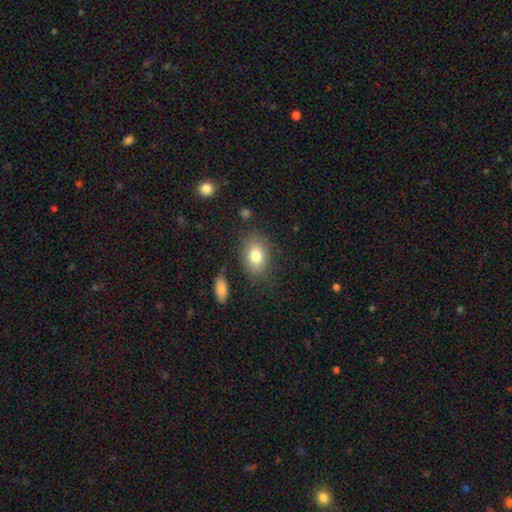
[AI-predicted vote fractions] Smooth or featured?
  - smooth: 80% *
  - featured or disk: 11%
  - star or artifact: 9%
How rounded?
  - in between: 74% *
  - round: 24%
  - cigar-shaped: 1%
Merging?
  - none: 81% *
  - minor disturbance: 13%
  - major disturbance: 4%
  - merger: 3%